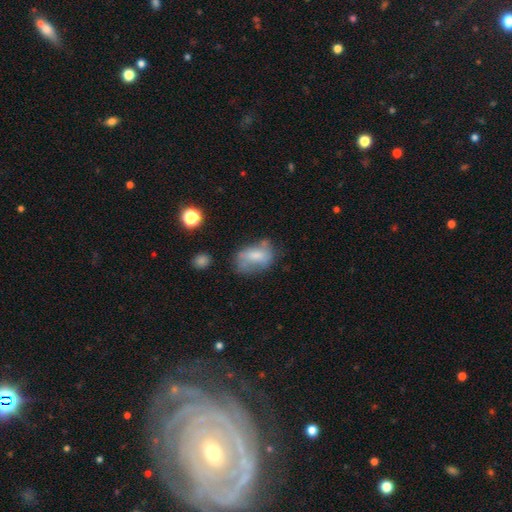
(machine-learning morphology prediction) smooth 61%, featured or disk 29%, star or artifact 10%. Down the decision tree: how rounded — in between (83%); merging — none (40%).